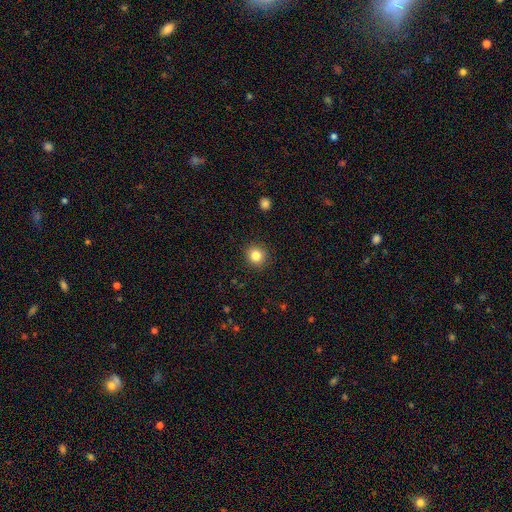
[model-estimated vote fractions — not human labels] Overall: smooth (83%). How rounded: round (92%). Merging: none (91%).